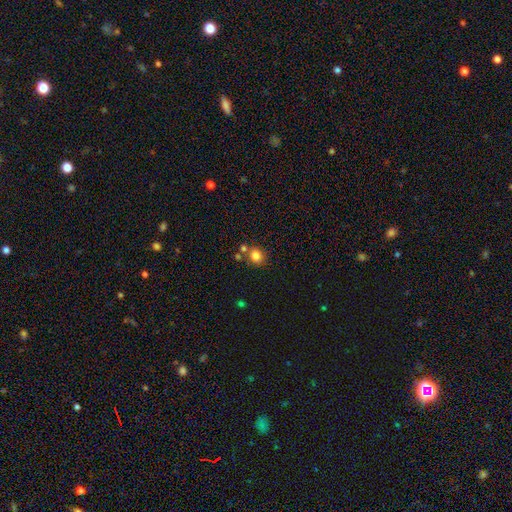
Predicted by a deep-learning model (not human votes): Smooth or featured? Predicted: smooth (p=0.82). How rounded? Predicted: round (p=0.77). Merging? Predicted: none (p=0.71).